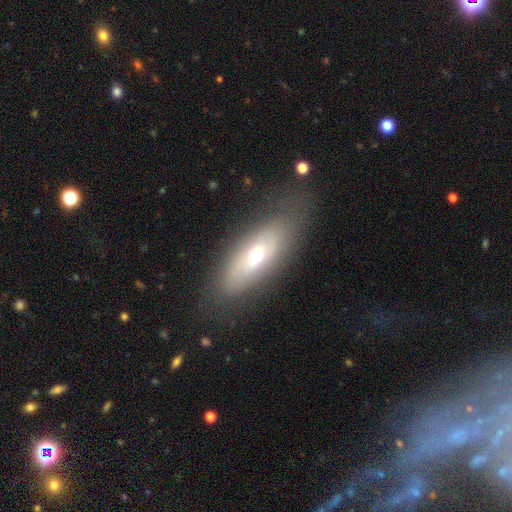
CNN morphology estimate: Smooth or featured?
  - smooth: 52% *
  - featured or disk: 39%
  - star or artifact: 9%
How rounded?
  - in between: 70% *
  - cigar-shaped: 26%
  - round: 4%
Merging?
  - none: 73% *
  - minor disturbance: 17%
  - major disturbance: 8%
  - merger: 2%